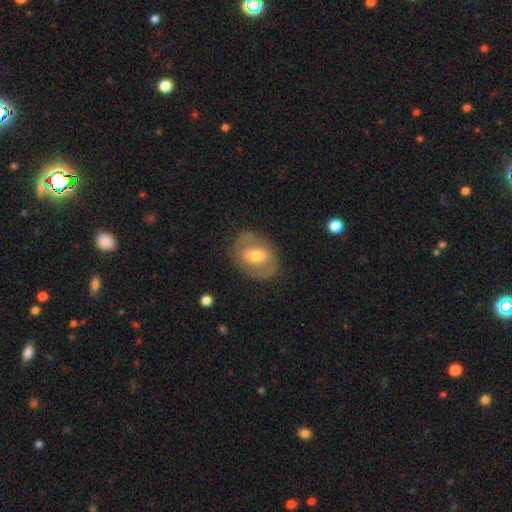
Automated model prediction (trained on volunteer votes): smooth_or_featured: featured or disk (p=0.59) [alt: smooth p=0.33]
disk_edge_on: no (p=0.94) [alt: yes p=0.06]
bar: weak (p=0.45) [alt: no p=0.29]
has_spiral_arms: yes (p=0.58) [alt: no p=0.42]
bulge_size: moderate (p=0.64) [alt: small p=0.29]
merging: none (p=0.77) [alt: minor disturbance p=0.15]